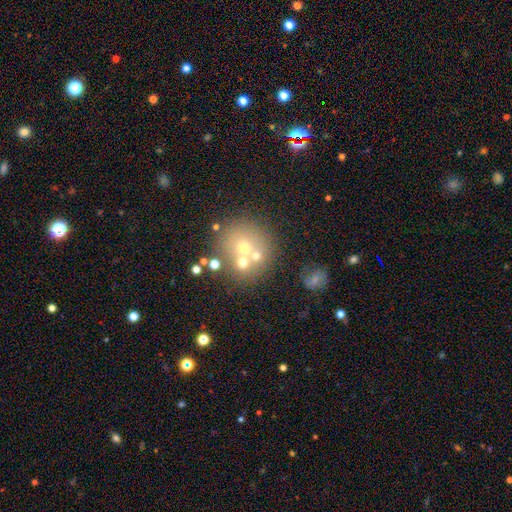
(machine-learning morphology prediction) This is possibly a smooth galaxy (54%). How rounded: clearly round (86%). Merging: possibly none (47%).